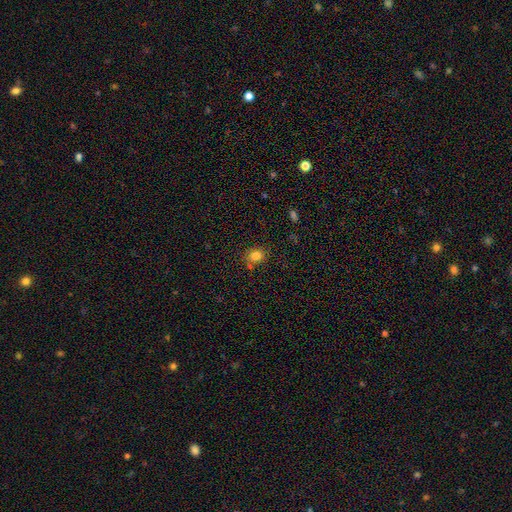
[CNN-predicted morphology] The model was most divided on "how rounded": round: 71%, in between: 28%, cigar-shaped: 1%. More confident: smooth or featured — smooth (82%); merging — none (75%).